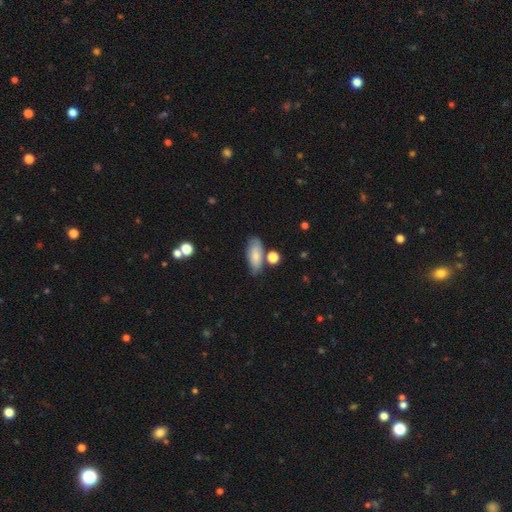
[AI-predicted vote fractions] This appears to be a smooth galaxy with no disk features (73%) that is in between round and cigar-shaped (83%). Merging: none (60%).